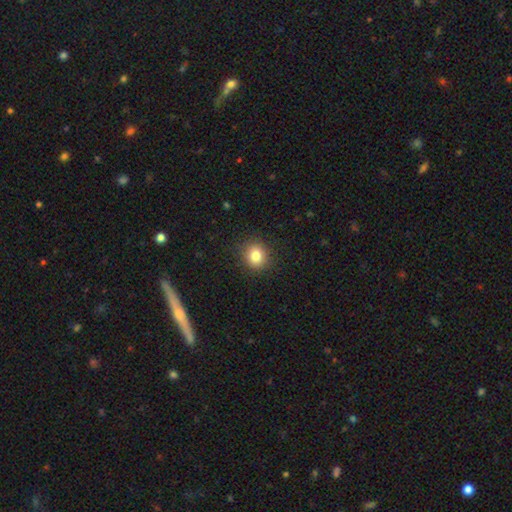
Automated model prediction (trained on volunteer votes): Smooth or featured? smooth (82%)
How rounded? round (79%)
Merging? none (89%)